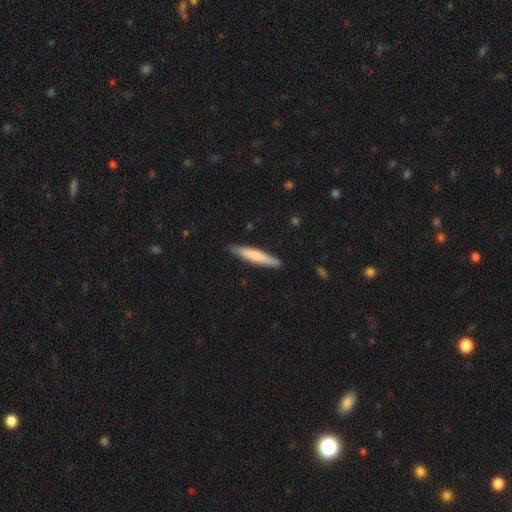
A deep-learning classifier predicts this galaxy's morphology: A smooth galaxy with no disk features (69%) that is cigar-shaped (91%).

Vote fractions:
- Smooth or featured? smooth: 69% / featured or disk: 26% / star or artifact: 5%
- How rounded? cigar-shaped: 91% / in between: 8% / round: 1%
- Merging? none: 87% / minor disturbance: 10% / major disturbance: 2% / merger: 1%